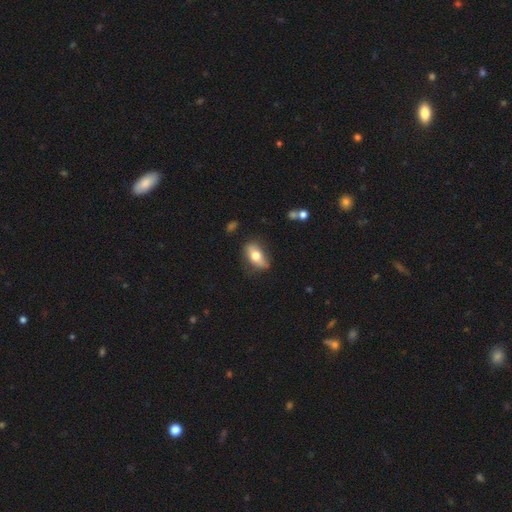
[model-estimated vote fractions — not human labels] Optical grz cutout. It shows a smooth galaxy with no disk features (64%) that is in between round and cigar-shaped (84%). Merging: none (72%).